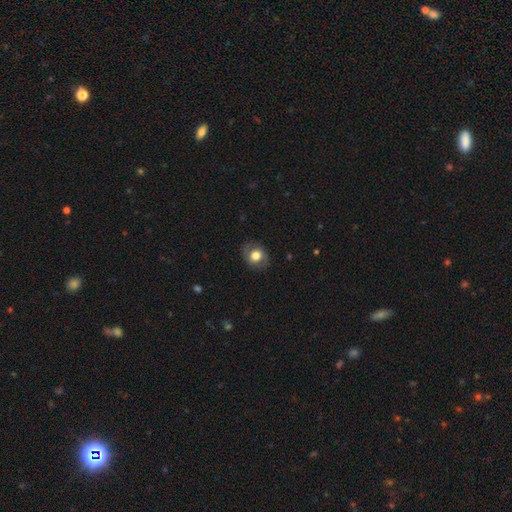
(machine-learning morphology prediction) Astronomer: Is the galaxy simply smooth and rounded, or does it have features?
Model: smooth — 71%.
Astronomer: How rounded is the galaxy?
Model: round — 63%.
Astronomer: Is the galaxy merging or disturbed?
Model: none — 80%.